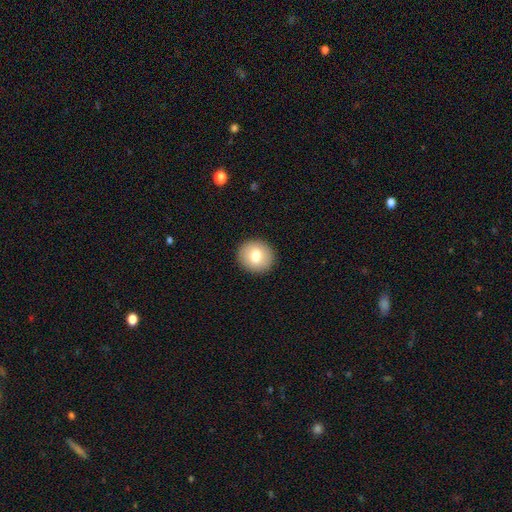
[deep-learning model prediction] Smooth or featured: smooth — 75% (featured or disk — 17%)
How rounded: round — 86% (in between — 13%)
Merging: none — 92% (minor disturbance — 5%)